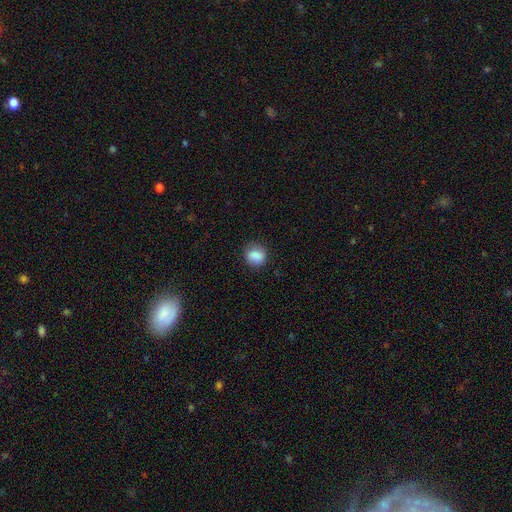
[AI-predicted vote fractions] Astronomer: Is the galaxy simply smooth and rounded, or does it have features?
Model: smooth — 85%.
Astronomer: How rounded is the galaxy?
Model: round — 66%.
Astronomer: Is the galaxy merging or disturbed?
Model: none — 79%.